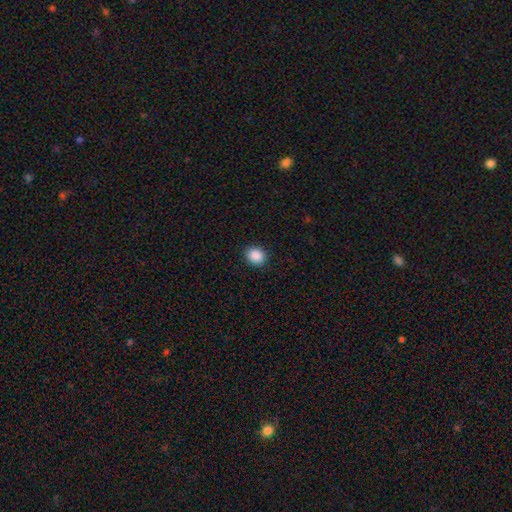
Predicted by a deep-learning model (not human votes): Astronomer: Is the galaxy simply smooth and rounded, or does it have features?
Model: smooth — 89%.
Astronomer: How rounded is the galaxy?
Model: round — 65%.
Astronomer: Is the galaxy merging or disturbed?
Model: none — 90%.